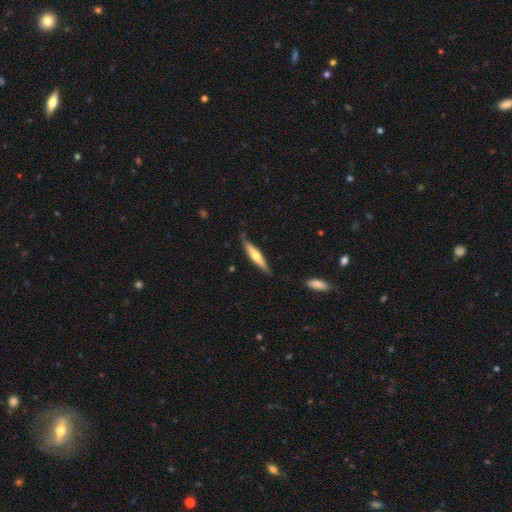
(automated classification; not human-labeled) Smooth or featured? smooth (51%)
How rounded? cigar-shaped (88%)
Merging? none (82%)